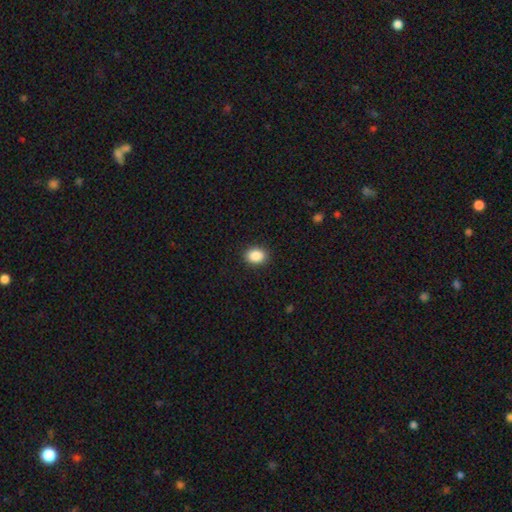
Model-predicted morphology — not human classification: type=smooth (88%); roundness=in between (61%); merging=none (90%).